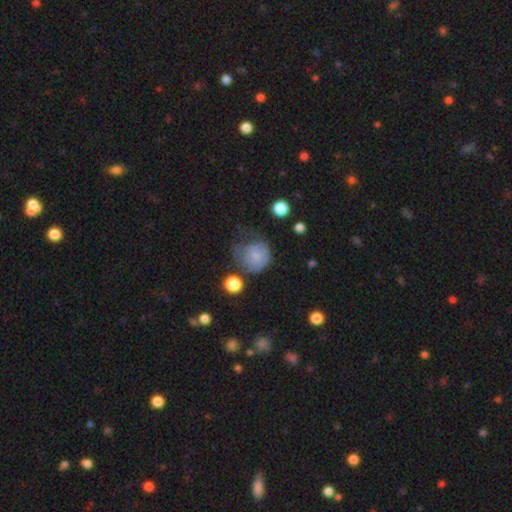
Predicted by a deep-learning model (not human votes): Q: Smooth or featured?
A: smooth (68%); runner-up: featured or disk (22%)
Q: How rounded?
A: round (81%); runner-up: in between (18%)
Q: Merging?
A: none (34%); runner-up: minor disturbance (33%)